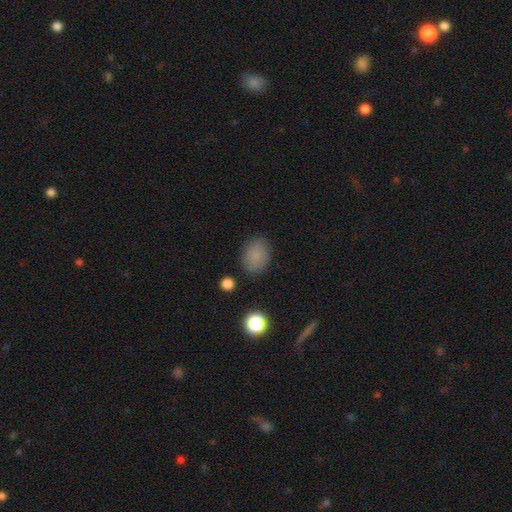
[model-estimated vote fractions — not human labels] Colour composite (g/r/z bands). It shows a smooth galaxy with no disk features (83%) that is in between round and cigar-shaped (60%). Merging: none (81%).